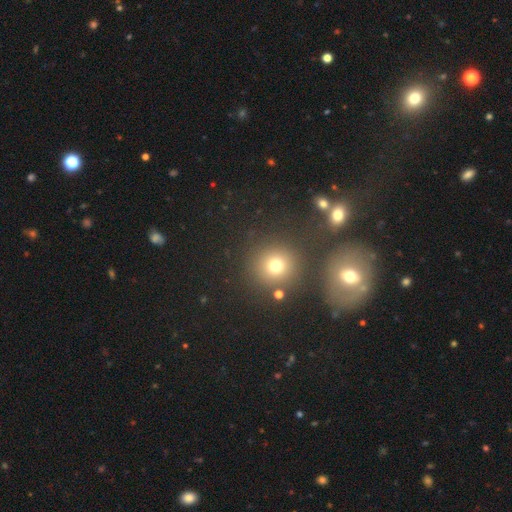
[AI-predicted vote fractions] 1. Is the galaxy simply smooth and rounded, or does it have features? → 51% smooth, 37% star or artifact, 12% featured or disk.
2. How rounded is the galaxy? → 90% round, 9% in between, 1% cigar-shaped.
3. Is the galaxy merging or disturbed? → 73% none, 15% merger, 8% minor disturbance, 5% major disturbance.